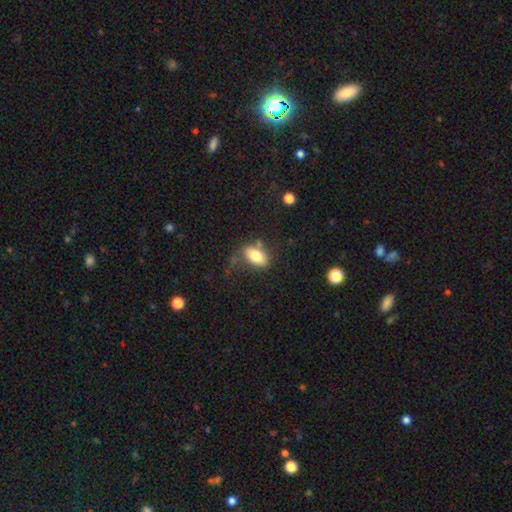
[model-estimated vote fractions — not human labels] Q: Smooth or featured?
A: smooth (78%); runner-up: featured or disk (14%)
Q: How rounded?
A: in between (89%); runner-up: round (9%)
Q: Merging?
A: none (68%); runner-up: minor disturbance (18%)